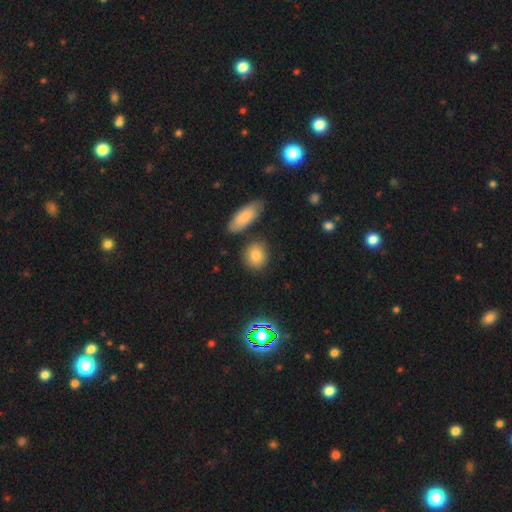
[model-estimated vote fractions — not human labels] This is clearly a smooth galaxy (80%). How rounded: likely round (66%). Merging: clearly none (81%).